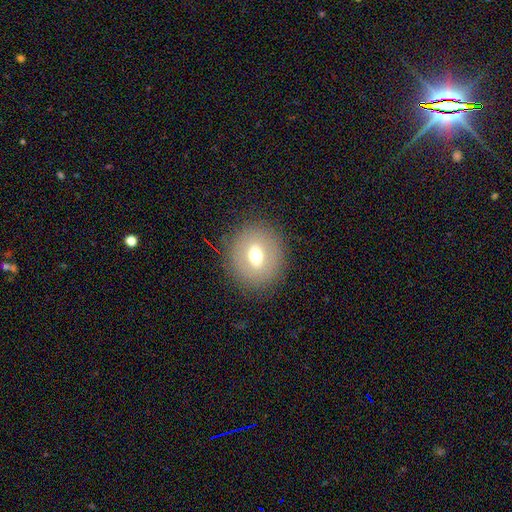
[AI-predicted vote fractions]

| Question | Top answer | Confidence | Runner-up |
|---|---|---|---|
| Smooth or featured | smooth | 60% | featured or disk (28%) |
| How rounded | round | 80% | in between (19%) |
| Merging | none | 89% | minor disturbance (7%) |